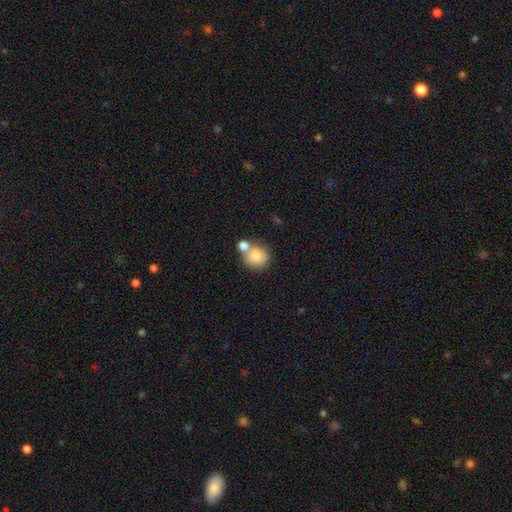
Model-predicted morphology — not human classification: Q: Smooth or featured?
A: smooth (81%); runner-up: featured or disk (11%)
Q: How rounded?
A: round (88%); runner-up: in between (11%)
Q: Merging?
A: none (50%); runner-up: merger (34%)